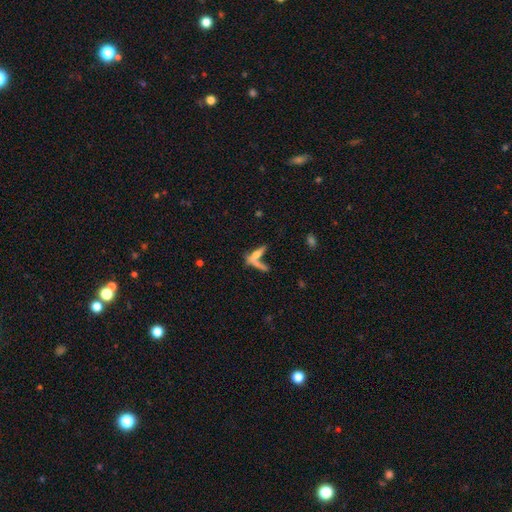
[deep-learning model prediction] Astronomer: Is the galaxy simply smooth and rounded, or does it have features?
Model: smooth — 54% (runner-up: featured or disk, 34%).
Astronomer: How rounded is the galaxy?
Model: cigar-shaped — 74%.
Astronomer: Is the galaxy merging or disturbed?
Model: merger — 42% (runner-up: none, 40%).